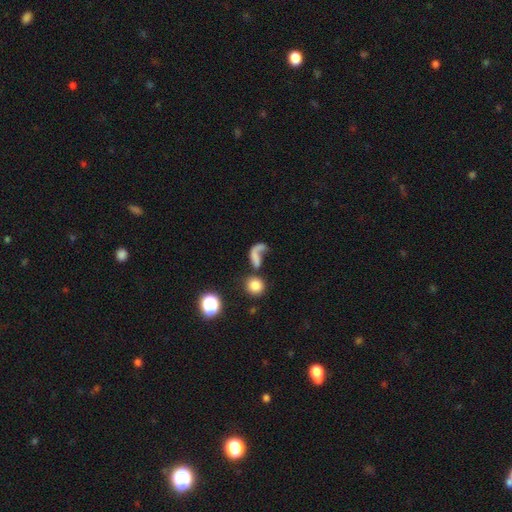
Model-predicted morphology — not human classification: Smooth or featured? smooth (43%)
Merging? major disturbance (36%)